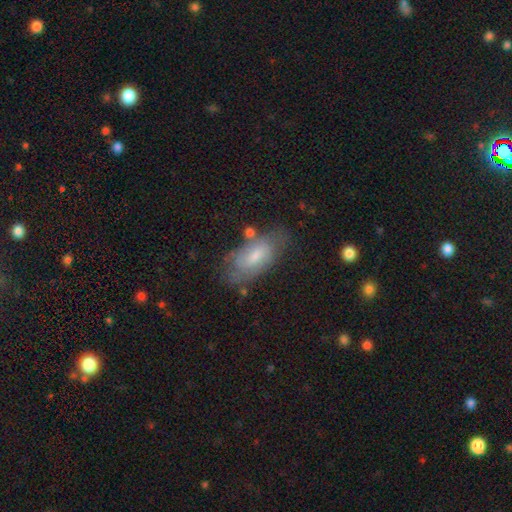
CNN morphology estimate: Smooth or featured?
  - smooth: 54% *
  - featured or disk: 39%
  - star or artifact: 8%
How rounded?
  - in between: 86% *
  - cigar-shaped: 10%
  - round: 3%
Merging?
  - none: 64% *
  - minor disturbance: 23%
  - major disturbance: 8%
  - merger: 5%